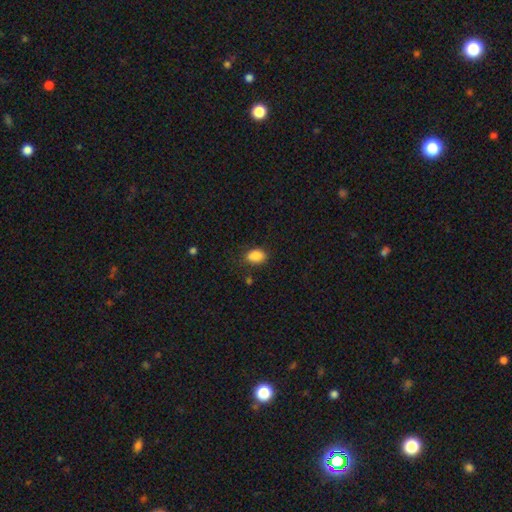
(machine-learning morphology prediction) type=smooth (88%); roundness=in between (85%); merging=none (79%).